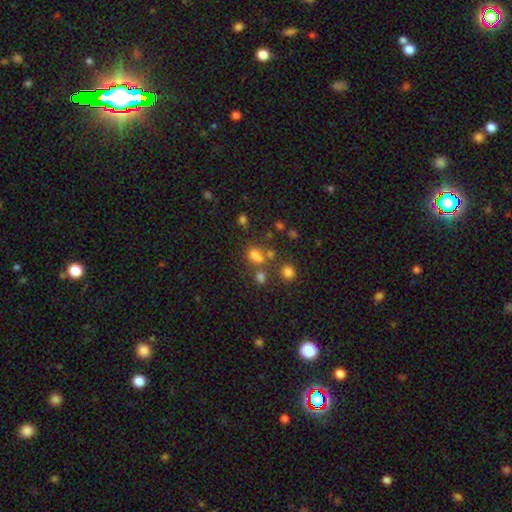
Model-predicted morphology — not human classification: Smooth or featured?
  - smooth: 60% *
  - star or artifact: 28%
  - featured or disk: 12%
How rounded?
  - round: 55% *
  - in between: 43%
  - cigar-shaped: 2%
Merging?
  - none: 49% *
  - merger: 31%
  - minor disturbance: 12%
  - major disturbance: 8%